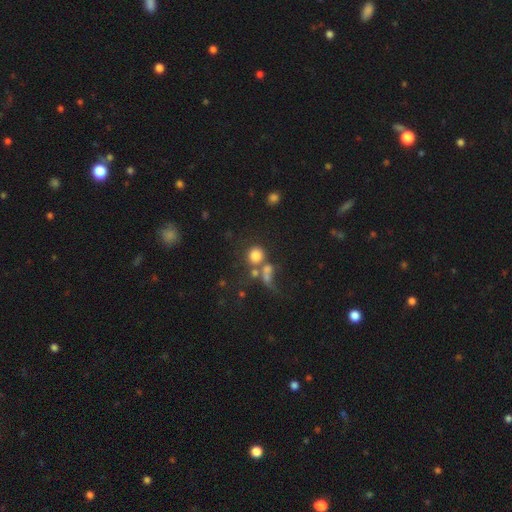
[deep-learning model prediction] Smooth or featured? smooth (76%)
How rounded? round (87%)
Merging? none (42%)